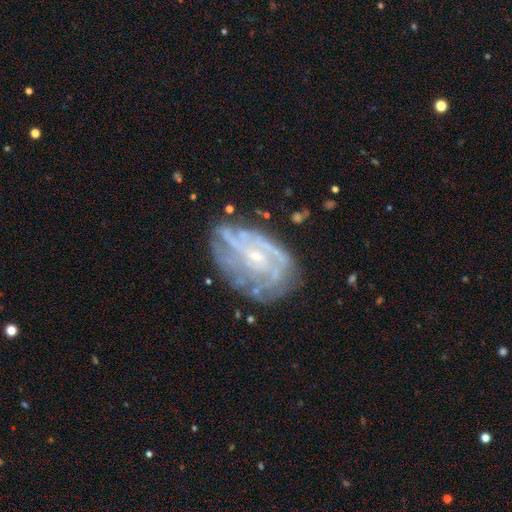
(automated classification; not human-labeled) featured or disk 83%, smooth 10%, star or artifact 7%. Down the decision tree: edge-on disk — no (97%); bar — no (64%); spiral arms — yes (86%); spiral arm count — can't tell (39%); spiral winding — tight (51%); bulge size — small (78%); merging — none (63%).